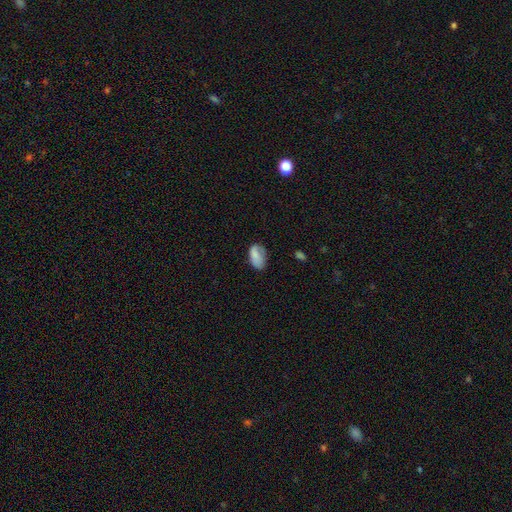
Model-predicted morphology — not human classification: Q: Smooth or featured?
A: smooth (80%); runner-up: featured or disk (12%)
Q: How rounded?
A: in between (92%); runner-up: round (6%)
Q: Merging?
A: none (54%); runner-up: minor disturbance (32%)